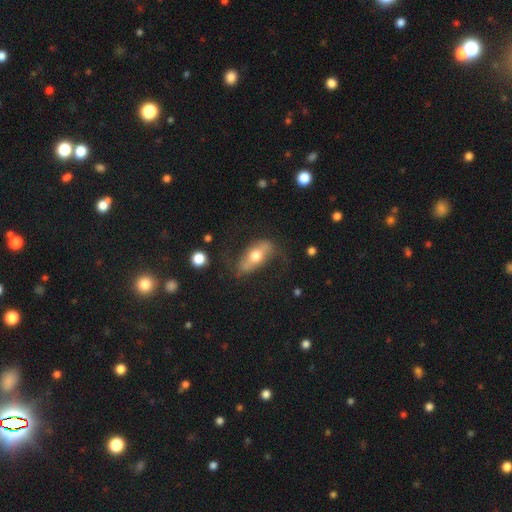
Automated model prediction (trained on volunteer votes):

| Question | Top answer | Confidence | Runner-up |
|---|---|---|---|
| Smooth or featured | featured or disk | 57% | smooth (36%) |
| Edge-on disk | no | 74% | yes (26%) |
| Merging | none | 66% | minor disturbance (19%) |